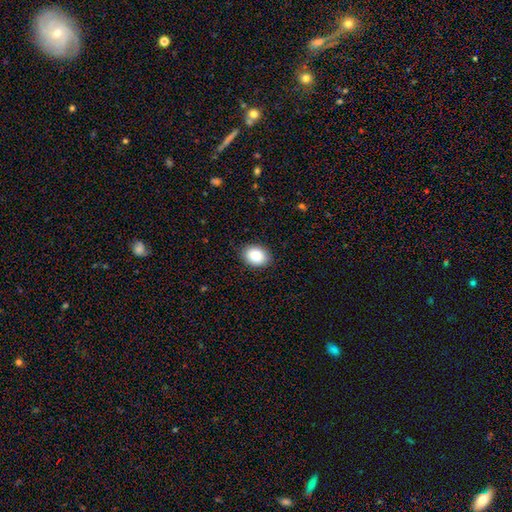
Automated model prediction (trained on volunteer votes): Q: Smooth or featured?
A: smooth (88%); runner-up: star or artifact (7%)
Q: How rounded?
A: in between (73%); runner-up: round (26%)
Q: Merging?
A: none (88%); runner-up: minor disturbance (9%)